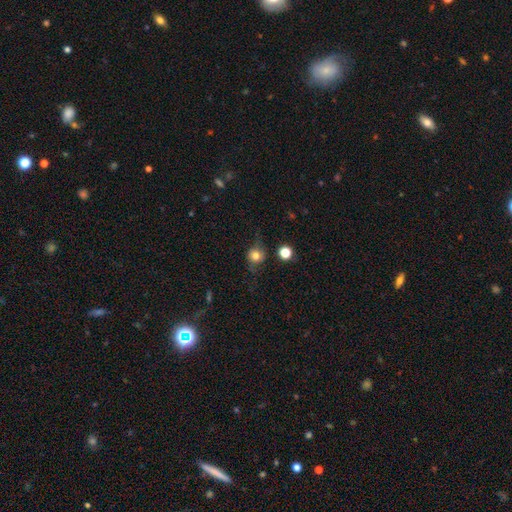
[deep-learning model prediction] smooth 72%, featured or disk 16%, star or artifact 12%. Down the decision tree: how rounded — round (86%); merging — none (69%).